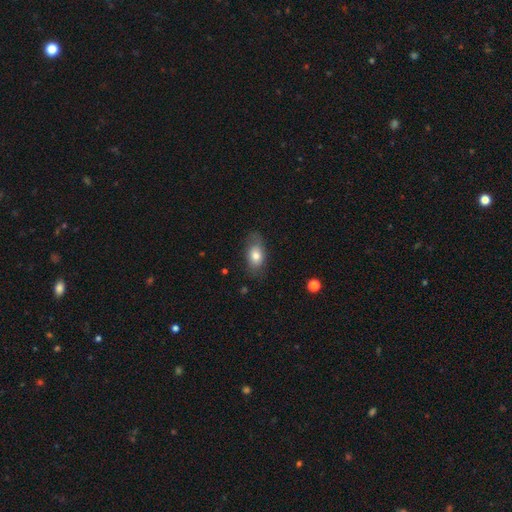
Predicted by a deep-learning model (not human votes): Morphology: type=smooth (76%); roundness=in between (85%); merging=none (74%).